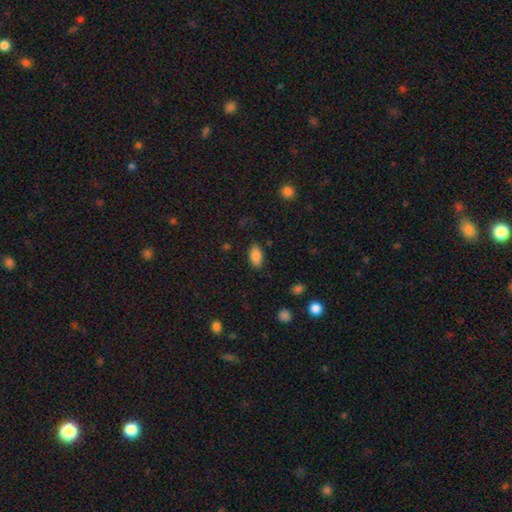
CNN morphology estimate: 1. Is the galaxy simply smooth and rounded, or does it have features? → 85% smooth, 8% star or artifact, 7% featured or disk.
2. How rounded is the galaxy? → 92% in between, 5% round, 3% cigar-shaped.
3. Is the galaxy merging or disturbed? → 85% none, 11% minor disturbance, 3% major disturbance, 1% merger.